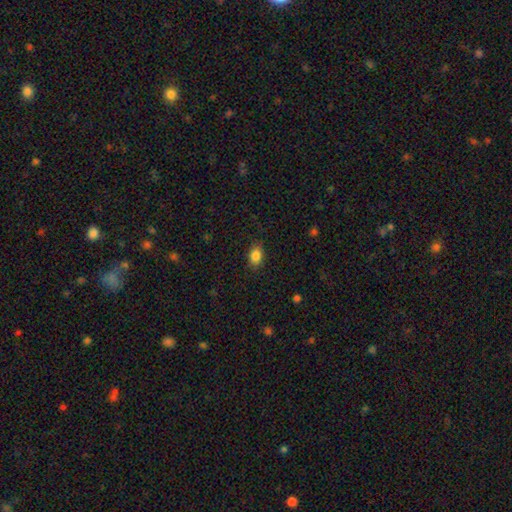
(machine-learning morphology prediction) This appears to be a smooth galaxy with no disk features (86%) that is in between round and cigar-shaped (79%). Merging: none (82%).